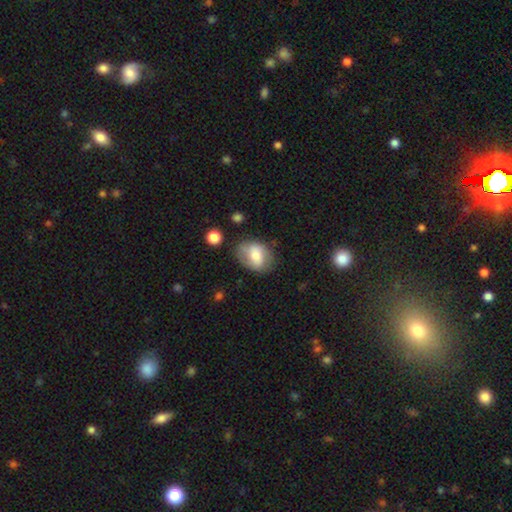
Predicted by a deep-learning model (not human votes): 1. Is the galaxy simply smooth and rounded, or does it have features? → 61% smooth, 32% featured or disk, 8% star or artifact.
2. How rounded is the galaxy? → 68% in between, 31% round, 1% cigar-shaped.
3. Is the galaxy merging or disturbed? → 66% none, 23% minor disturbance, 8% major disturbance, 3% merger.